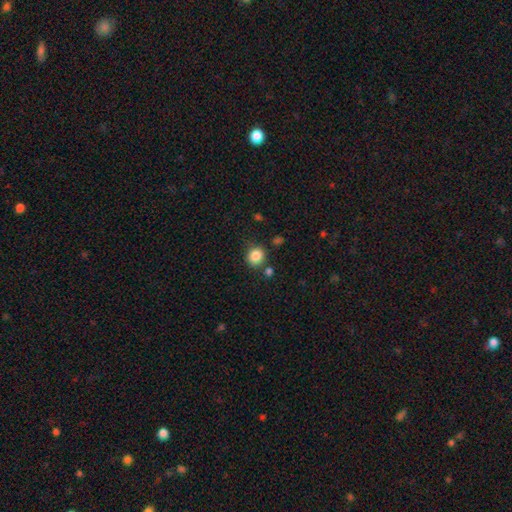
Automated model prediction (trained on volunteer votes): This appears to be a smooth galaxy with no disk features (86%) that is round (81%). Merging: none (78%).